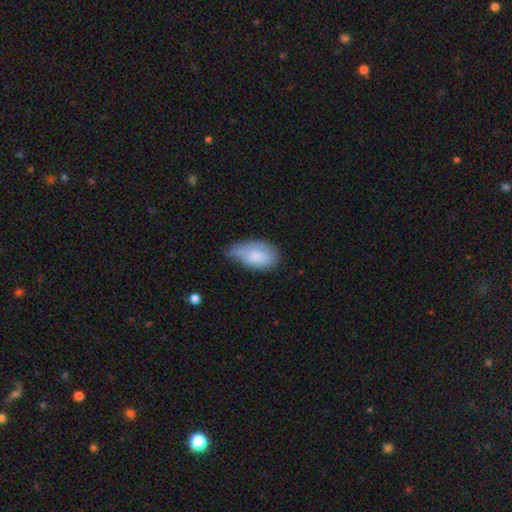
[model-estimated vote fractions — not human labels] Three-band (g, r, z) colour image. It shows a smooth galaxy with no disk features (77%) that is in between round and cigar-shaped (93%). Merging: minor disturbance (46%).